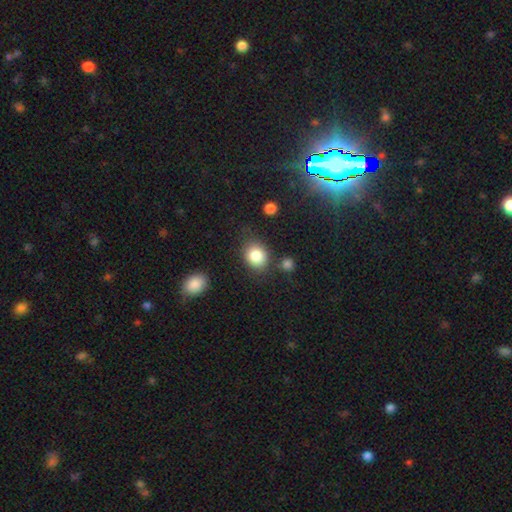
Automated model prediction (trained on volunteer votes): This is clearly a smooth galaxy (85%). How rounded: possibly round (57%). Merging: likely none (73%).